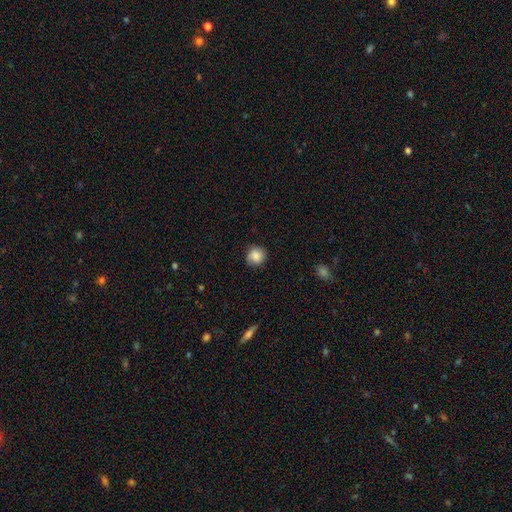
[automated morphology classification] smooth 83%, star or artifact 9%, featured or disk 8%. Down the decision tree: how rounded — round (88%); merging — none (80%).